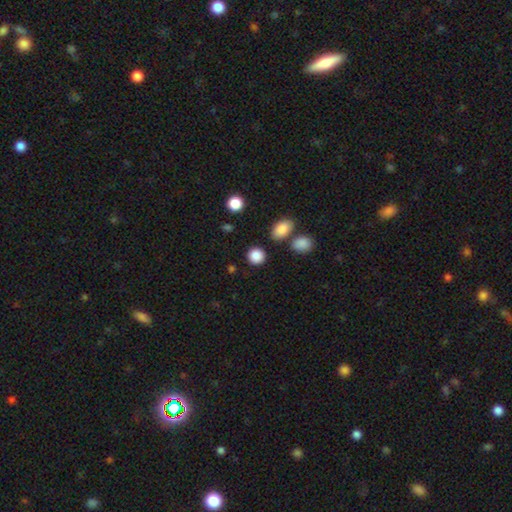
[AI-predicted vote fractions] Smooth or featured: smooth — 88% (star or artifact — 9%)
How rounded: round — 88% (in between — 11%)
Merging: none — 86% (minor disturbance — 7%)